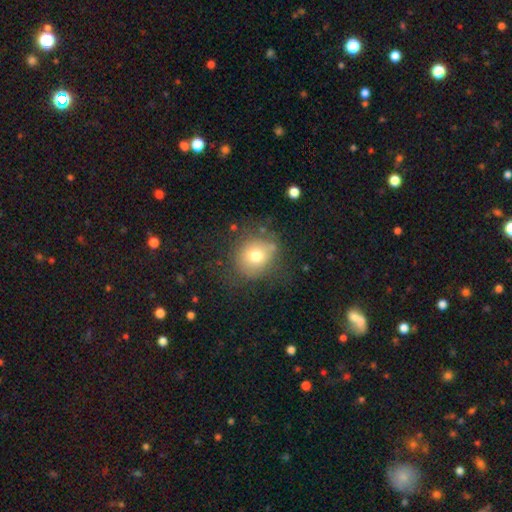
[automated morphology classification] Smooth or featured? smooth (74%)
How rounded? round (75%)
Merging? none (71%)